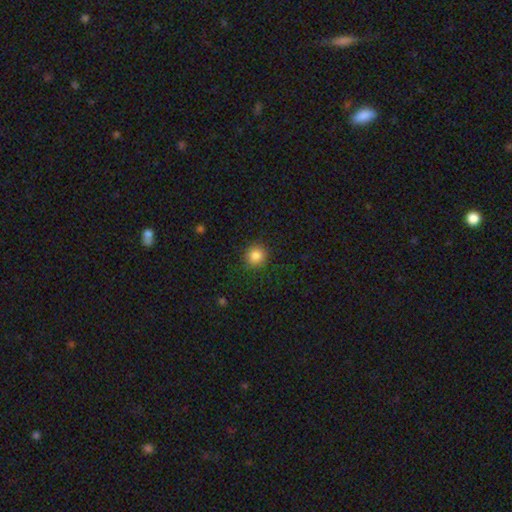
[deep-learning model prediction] This appears to be a smooth galaxy with no disk features (85%) that is round (91%). Merging: none (89%).